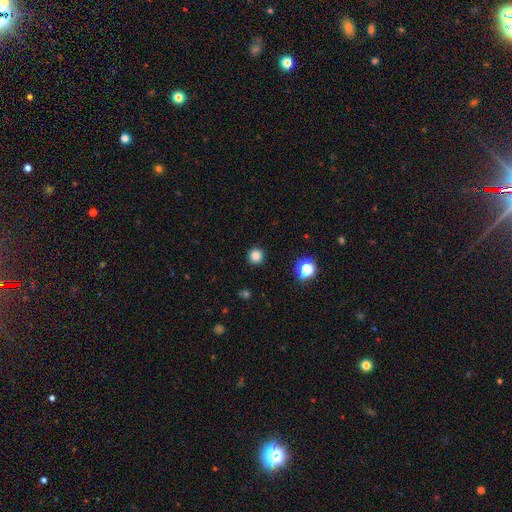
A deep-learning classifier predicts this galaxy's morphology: The model was most divided on "smooth or featured": smooth: 83%, star or artifact: 13%, featured or disk: 3%. More confident: how rounded — round (95%); merging — none (92%).